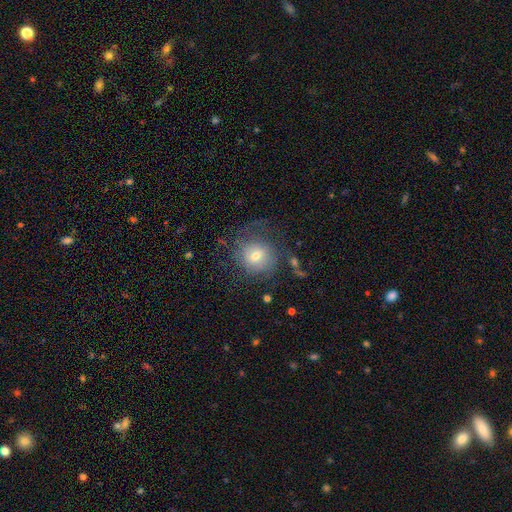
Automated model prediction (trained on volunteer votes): Smooth or featured?
  - smooth: 51% *
  - featured or disk: 38%
  - star or artifact: 11%
How rounded?
  - round: 82% *
  - in between: 17%
  - cigar-shaped: 1%
Merging?
  - none: 55% *
  - major disturbance: 22%
  - minor disturbance: 20%
  - merger: 3%